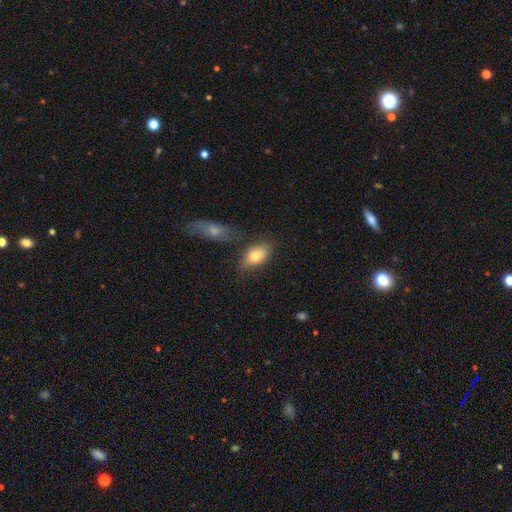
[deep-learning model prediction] Smooth or featured? smooth (78%)
How rounded? in between (88%)
Merging? none (70%)